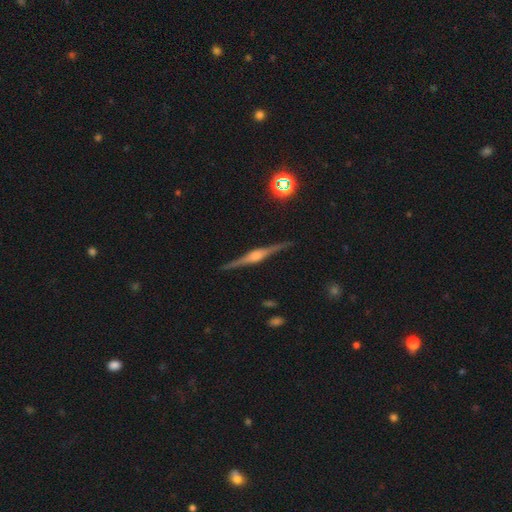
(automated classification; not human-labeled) Smooth or featured? Predicted: featured or disk (p=0.85). Edge-on disk? Predicted: yes (p=0.98). Edge-on bulge? Predicted: rounded (p=0.81). Merging? Predicted: none (p=0.90).